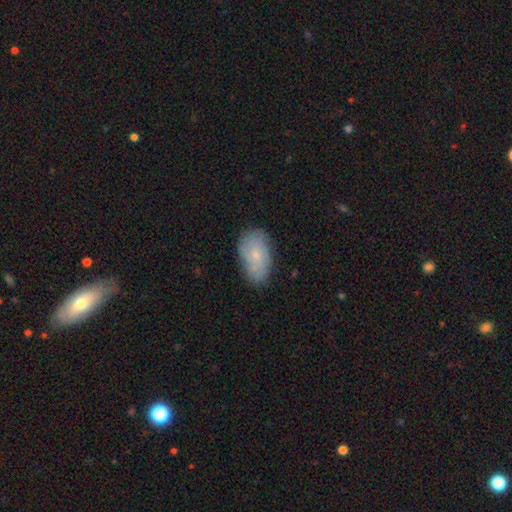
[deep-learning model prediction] Smooth or featured: smooth — 60% (featured or disk — 32%)
How rounded: in between — 92% (round — 5%)
Merging: none — 74% (minor disturbance — 21%)